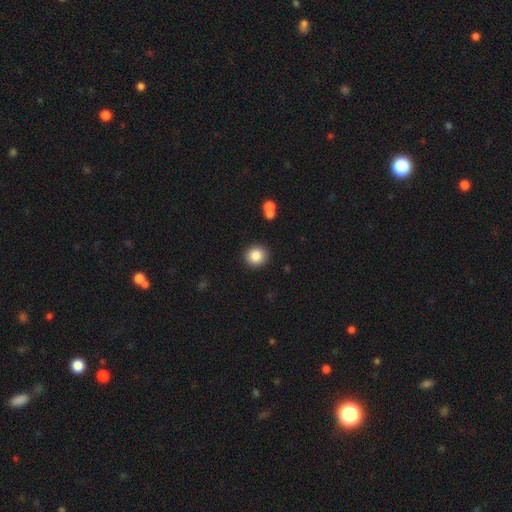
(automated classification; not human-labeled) Smooth or featured? smooth (85%)
How rounded? round (88%)
Merging? none (90%)